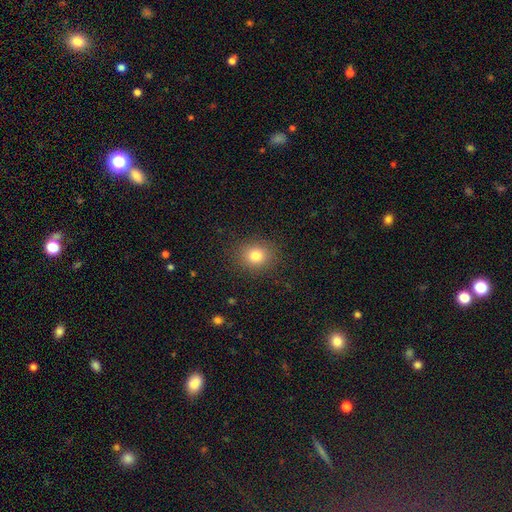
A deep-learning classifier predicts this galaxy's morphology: The model was most divided on "how rounded": round: 75%, in between: 24%, cigar-shaped: 1%. More confident: merging — none (88%); smooth or featured — smooth (80%).